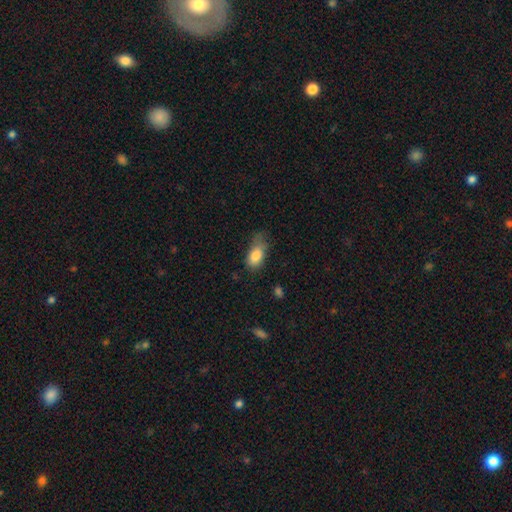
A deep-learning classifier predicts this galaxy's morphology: Smooth or featured: smooth — 83% (featured or disk — 10%)
How rounded: in between — 89% (round — 6%)
Merging: minor disturbance — 39% (none — 38%)